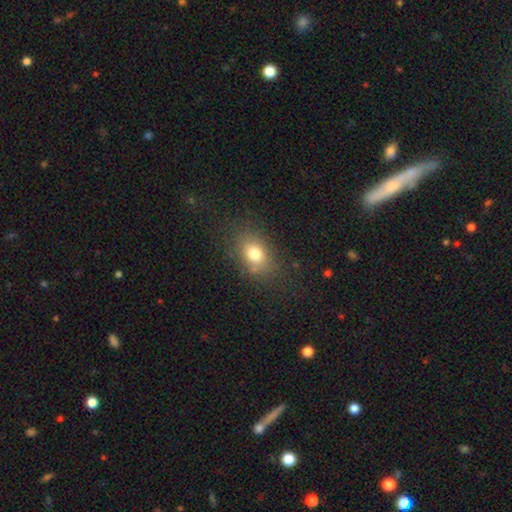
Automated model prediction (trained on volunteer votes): A smooth galaxy with no disk features (73%) that is in between round and cigar-shaped (65%). Merging: none (81%).